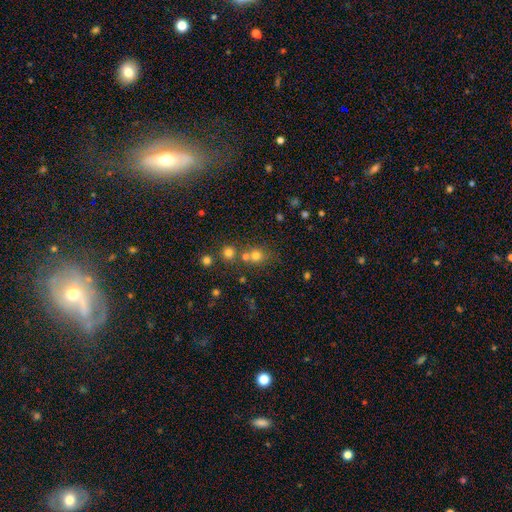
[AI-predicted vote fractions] Smooth or featured?
  - smooth: 71% *
  - star or artifact: 20%
  - featured or disk: 10%
How rounded?
  - round: 82% *
  - in between: 17%
  - cigar-shaped: 1%
Merging?
  - none: 57% *
  - merger: 31%
  - minor disturbance: 9%
  - major disturbance: 4%